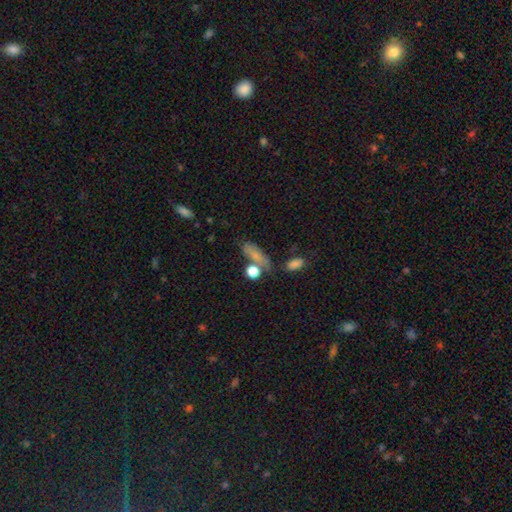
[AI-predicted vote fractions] smooth_or_featured: smooth (p=0.72) [alt: featured or disk p=0.15]
how_rounded: in between (p=0.61) [alt: cigar-shaped p=0.26]
merging: none (p=0.55) [alt: minor disturbance p=0.20]